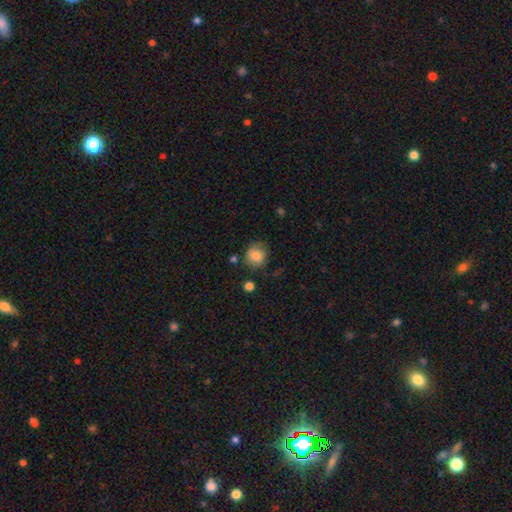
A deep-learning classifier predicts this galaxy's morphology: Smooth or featured? Predicted: smooth (p=0.83). How rounded? Predicted: round (p=0.80). Merging? Predicted: none (p=0.72).